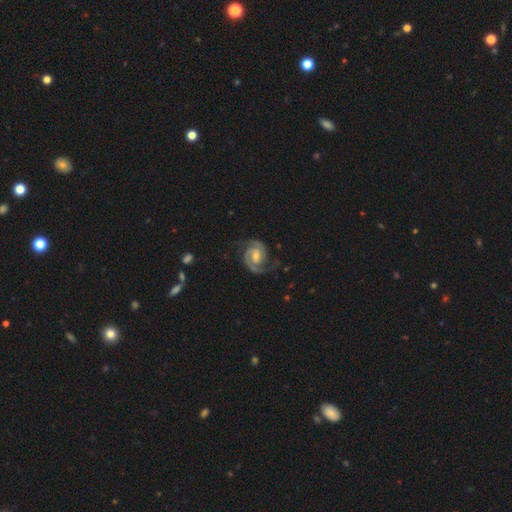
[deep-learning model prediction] Smooth or featured?
  - featured or disk: 91% *
  - smooth: 4%
  - star or artifact: 4%
Edge-on disk?
  - no: 98% *
  - yes: 2%
Bar?
  - weak: 44% *
  - no: 43%
  - strong: 13%
Spiral arms?
  - yes: 98% *
  - no: 2%
Spiral winding?
  - tight: 46% * (tied)
  - medium: 46% * (tied)
  - loose: 8%
Spiral arm count?
  - 2: 91% *
  - 3: 3%
  - can't tell: 2%
  - 1: 1%
  - 4: 1%
  - more than 4: 1%
Bulge size?
  - moderate: 62% *
  - small: 32%
  - large: 3%
  - none: 2%
  - dominant: 1%
Merging?
  - none: 76% *
  - minor disturbance: 16%
  - major disturbance: 6%
  - merger: 1%